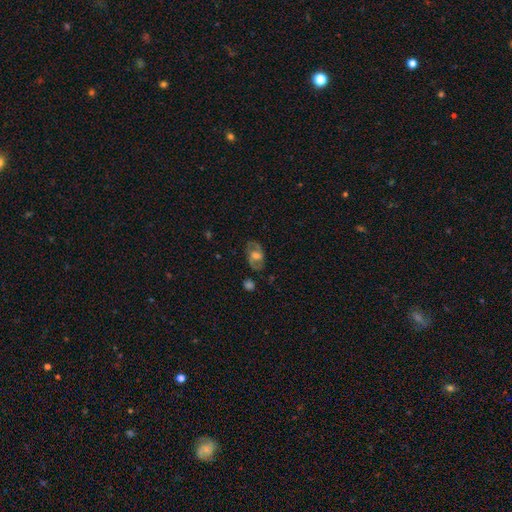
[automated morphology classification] type=featured or disk (62%); edge-on=no (93%); bar=weak (42%); spiral arms=yes (71%); bulge=moderate (53%); merging=none (75%).